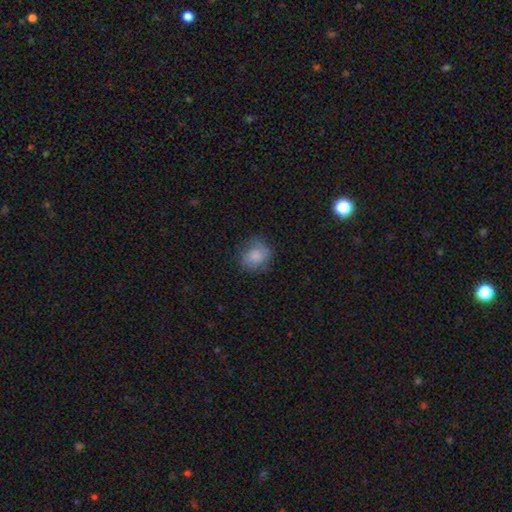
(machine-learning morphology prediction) The model was most divided on "how rounded": round: 68%, in between: 31%, cigar-shaped: 1%. More confident: smooth or featured — smooth (73%); merging — none (71%).